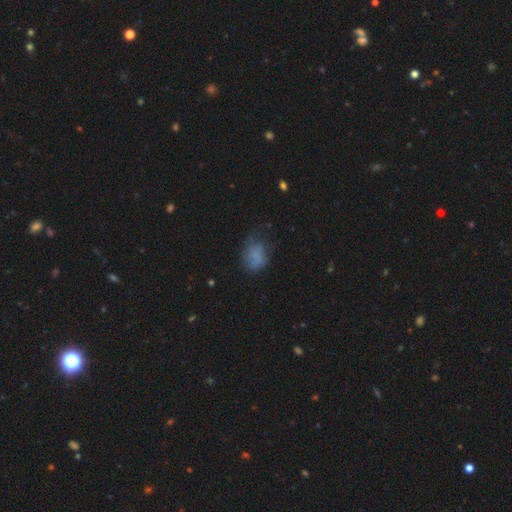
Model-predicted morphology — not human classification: This is likely a smooth galaxy (71%). How rounded: likely in between (65%). Merging: marginally none (42%).